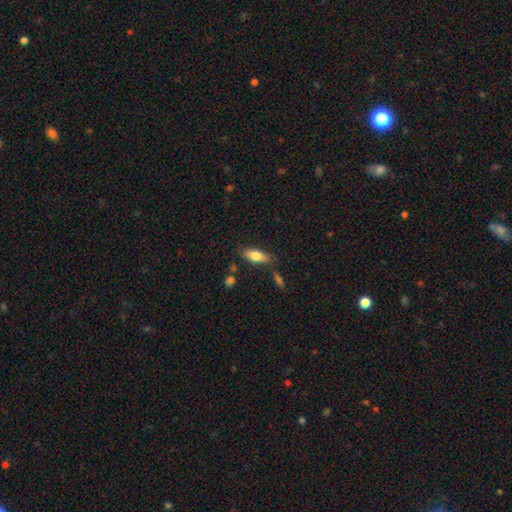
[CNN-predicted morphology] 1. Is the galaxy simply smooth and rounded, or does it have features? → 76% smooth, 17% featured or disk, 7% star or artifact.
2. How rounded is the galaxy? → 73% in between, 24% cigar-shaped, 2% round.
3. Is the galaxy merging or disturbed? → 76% none, 15% minor disturbance, 5% merger, 4% major disturbance.